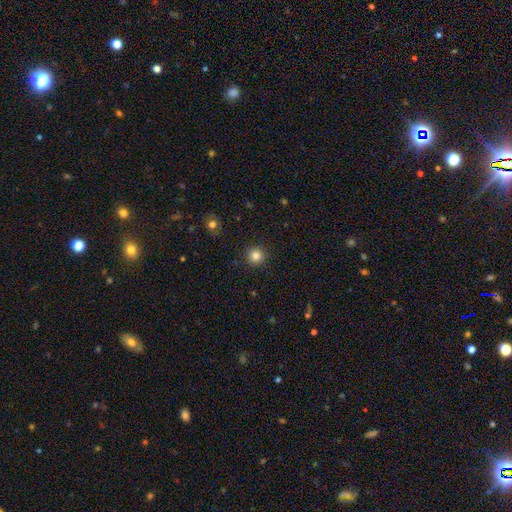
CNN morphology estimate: smooth_or_featured: smooth (p=0.83) [alt: star or artifact p=0.12]
how_rounded: round (p=0.95) [alt: in between p=0.04]
merging: none (p=0.92) [alt: minor disturbance p=0.05]